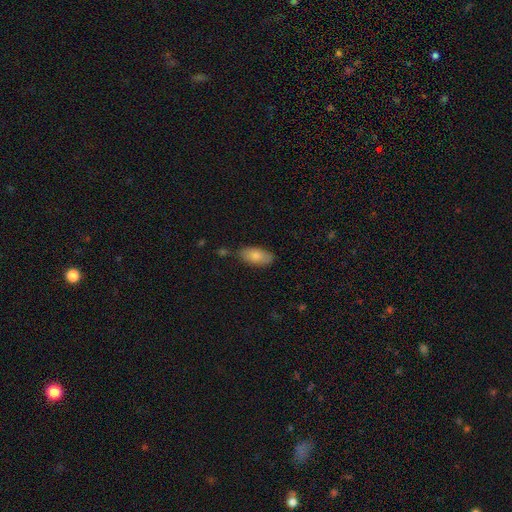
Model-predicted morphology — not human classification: A smooth galaxy with no disk features (81%) that is in between round and cigar-shaped (91%). Merging: none (74%).